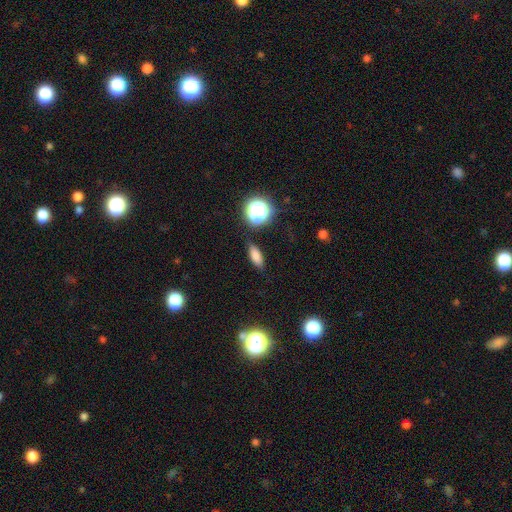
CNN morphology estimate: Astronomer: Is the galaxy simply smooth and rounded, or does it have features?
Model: smooth — 78%.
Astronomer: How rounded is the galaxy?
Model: in between — 68%.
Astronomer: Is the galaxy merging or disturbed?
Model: none — 84%.